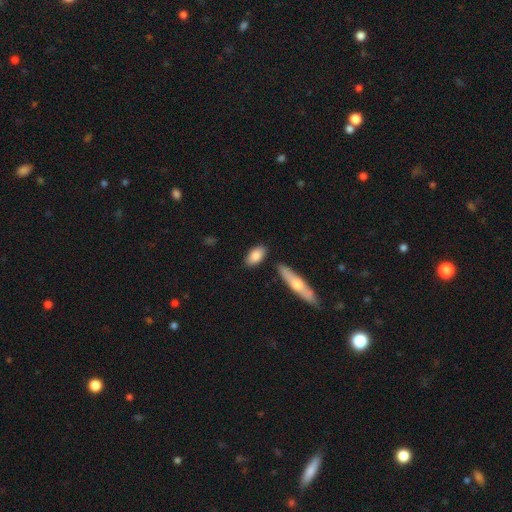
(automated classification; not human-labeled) This is clearly a smooth galaxy (82%). How rounded: clearly in between (88%). Merging: likely none (79%).